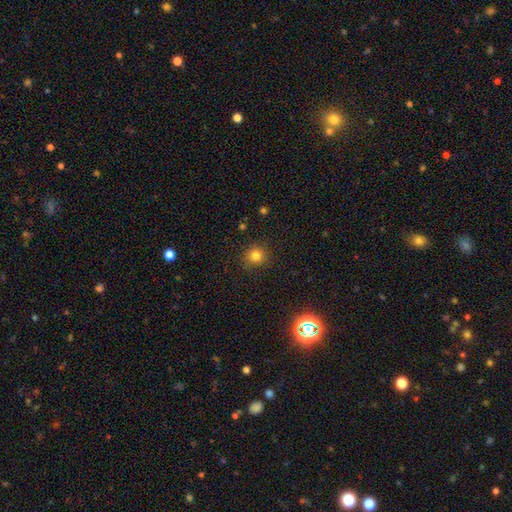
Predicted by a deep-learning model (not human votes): Morphology: type=smooth (80%); roundness=round (90%); merging=none (86%).